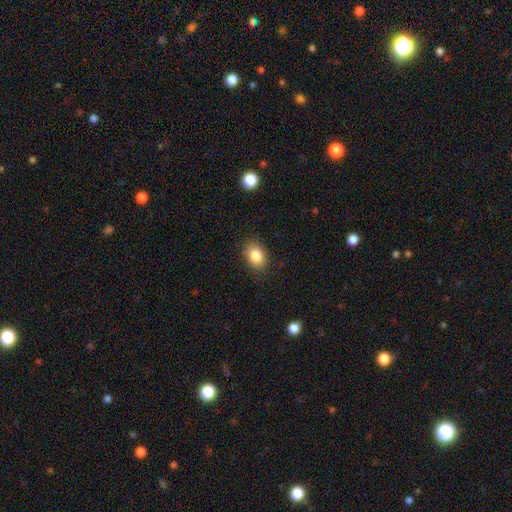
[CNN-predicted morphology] smooth 85%, star or artifact 9%, featured or disk 6%. Down the decision tree: how rounded — in between (75%); merging — none (85%).